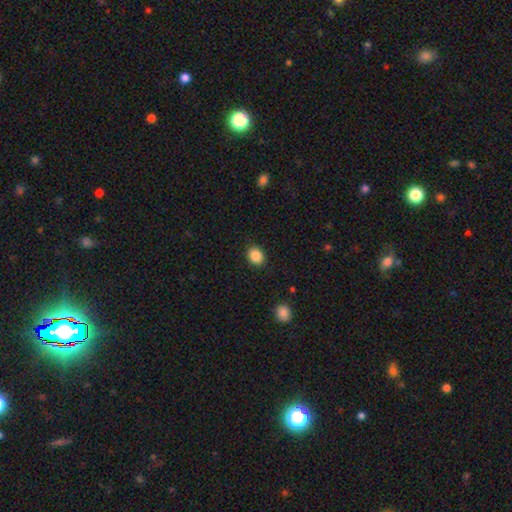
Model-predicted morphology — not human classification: smooth 87%, star or artifact 9%, featured or disk 4%. Down the decision tree: how rounded — round (62%); merging — none (88%).